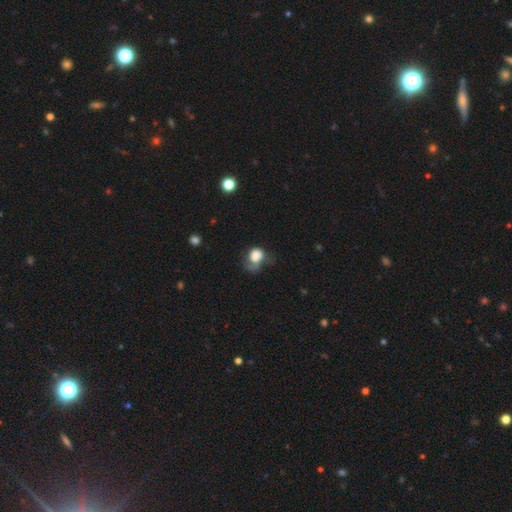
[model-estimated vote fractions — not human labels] Overall: smooth (71%). How rounded: round (58%; in between 41%). Merging: major disturbance (44%; none 25%).